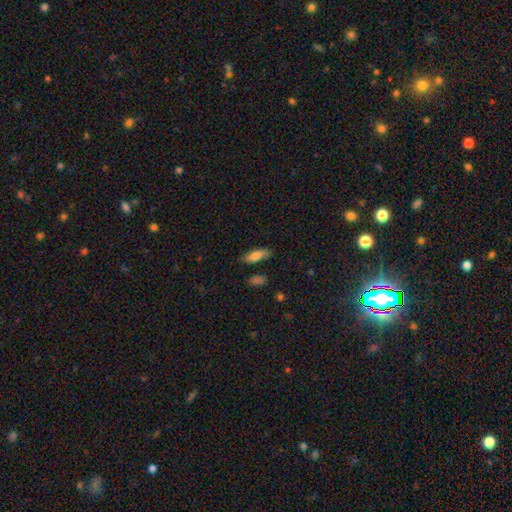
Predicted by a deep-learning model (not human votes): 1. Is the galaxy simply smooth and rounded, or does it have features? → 75% smooth, 18% featured or disk, 7% star or artifact.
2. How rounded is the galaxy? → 64% in between, 34% cigar-shaped, 2% round.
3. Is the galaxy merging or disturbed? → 75% none, 18% minor disturbance, 4% major disturbance, 3% merger.